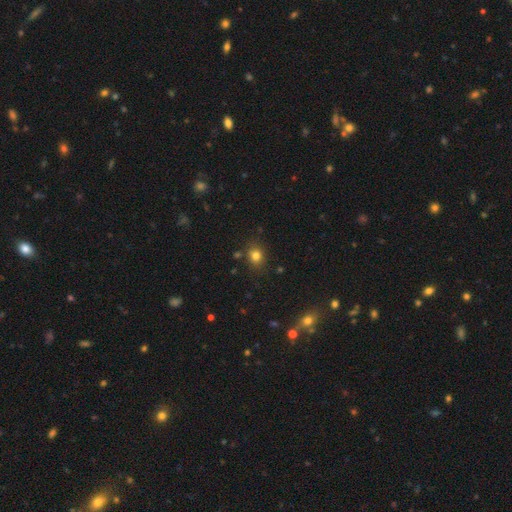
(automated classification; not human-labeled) Morphology: type=smooth (79%); roundness=round (68%); merging=none (81%).